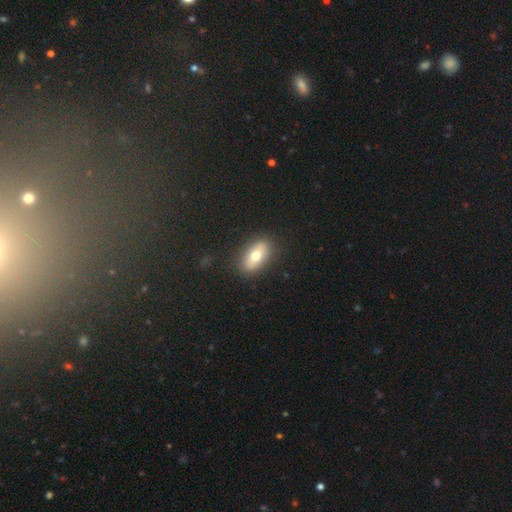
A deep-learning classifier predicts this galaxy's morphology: Smooth or featured?
  - smooth: 69% *
  - featured or disk: 23%
  - star or artifact: 8%
How rounded?
  - in between: 87% *
  - round: 7%
  - cigar-shaped: 6%
Merging?
  - none: 86% *
  - minor disturbance: 10%
  - major disturbance: 3%
  - merger: 1%